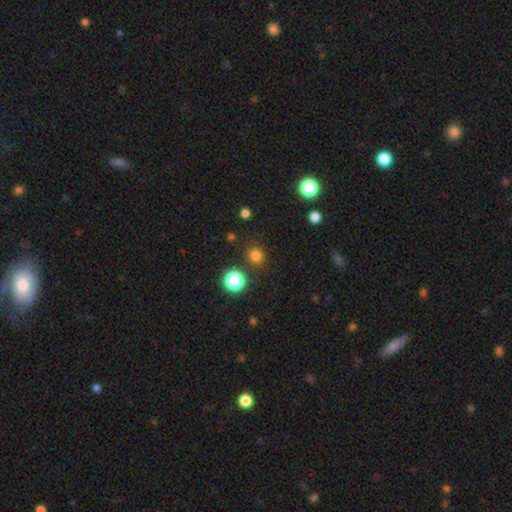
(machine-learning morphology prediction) smooth 76%, star or artifact 19%, featured or disk 4%. Down the decision tree: how rounded — round (85%); merging — none (85%).